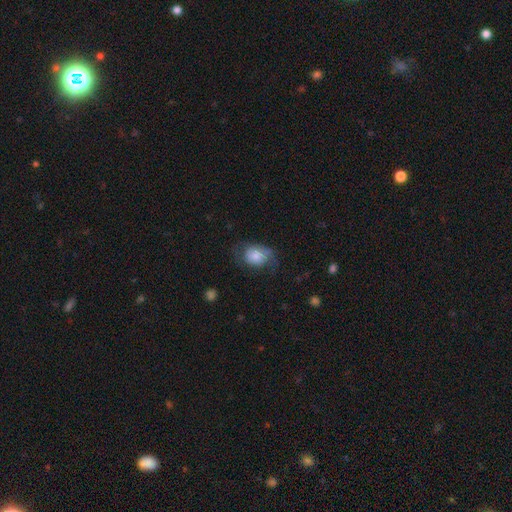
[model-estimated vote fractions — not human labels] Q: Smooth or featured?
A: smooth (69%); runner-up: featured or disk (23%)
Q: How rounded?
A: in between (63%); runner-up: round (36%)
Q: Merging?
A: none (48%); runner-up: minor disturbance (29%)